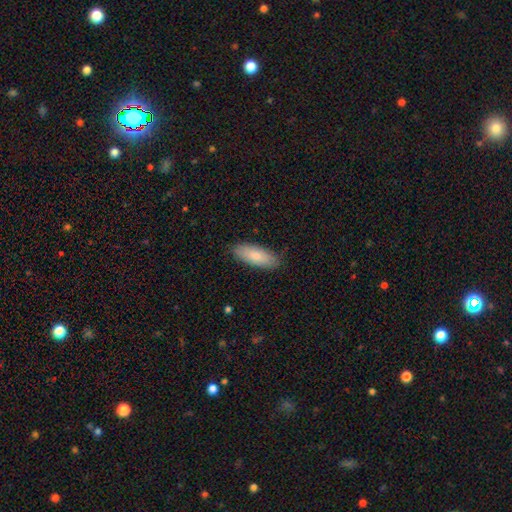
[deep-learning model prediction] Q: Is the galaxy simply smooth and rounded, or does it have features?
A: smooth — 83%.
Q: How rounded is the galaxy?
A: in between — 72%.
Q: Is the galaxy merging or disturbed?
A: none — 86%.